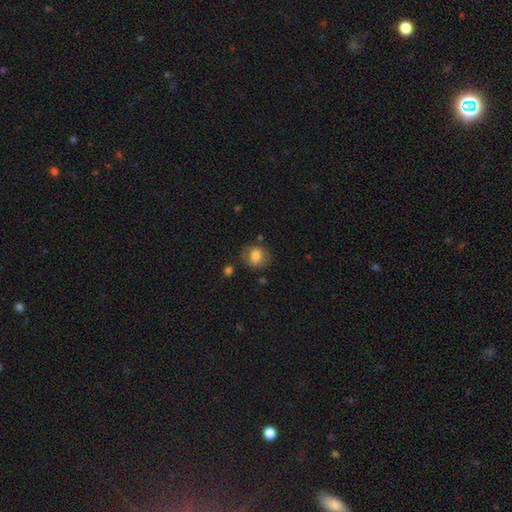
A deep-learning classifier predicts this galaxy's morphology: Smooth or featured? Predicted: smooth (p=0.75). How rounded? Predicted: round (p=0.70). Merging? Predicted: none (p=0.73).